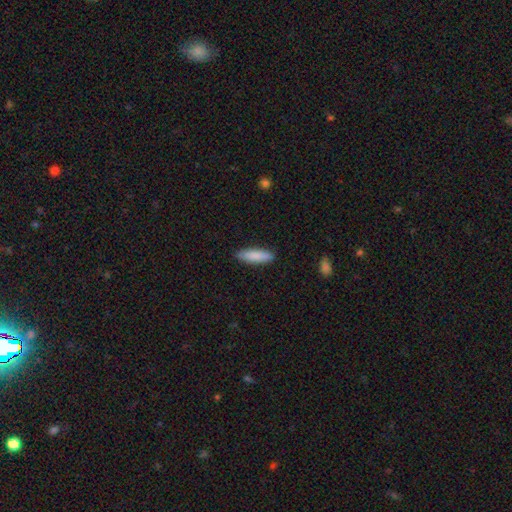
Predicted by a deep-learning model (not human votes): Overall: smooth (86%). How rounded: cigar-shaped (57%; in between 42%). Merging: none (88%).